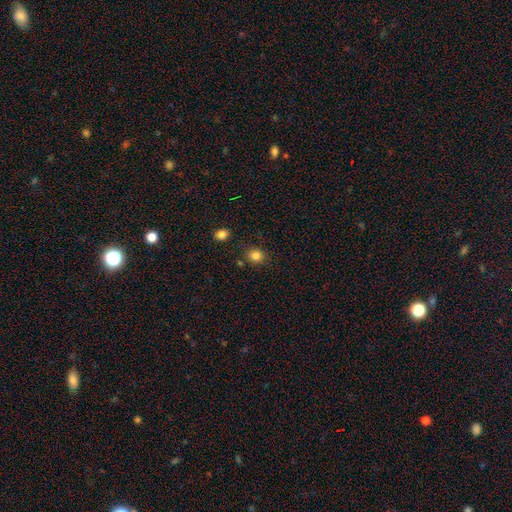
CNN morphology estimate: A smooth galaxy with no disk features (84%) that is round (75%).

Vote fractions:
- Smooth or featured? smooth: 84% / star or artifact: 12% / featured or disk: 5%
- How rounded? round: 75% / in between: 25% / cigar-shaped: 1%
- Merging? none: 81% / minor disturbance: 11% / merger: 5% / major disturbance: 3%